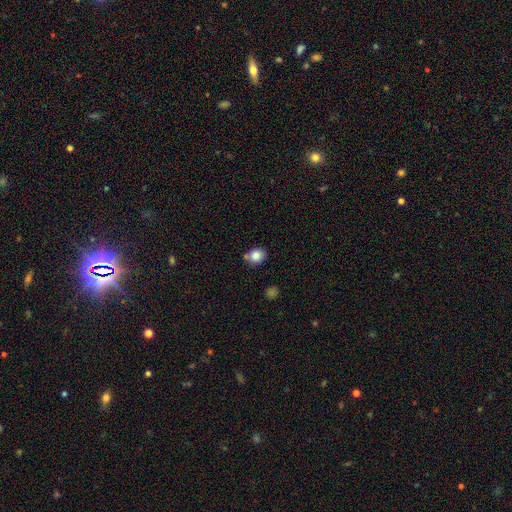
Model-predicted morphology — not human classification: A smooth galaxy with no disk features (84%) that is round (65%). Merging: none (68%).